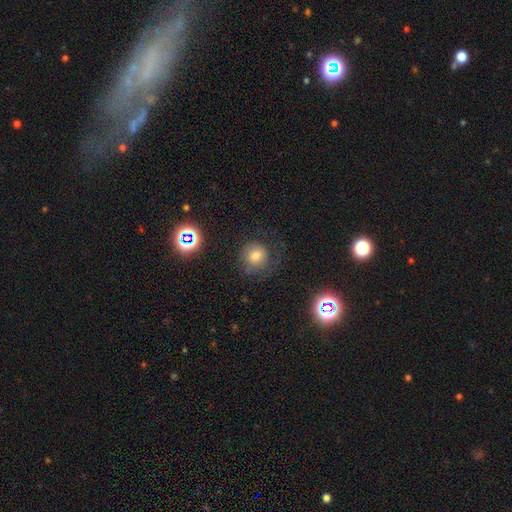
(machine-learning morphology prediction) Smooth or featured? smooth (63%)
How rounded? round (87%)
Merging? none (64%)